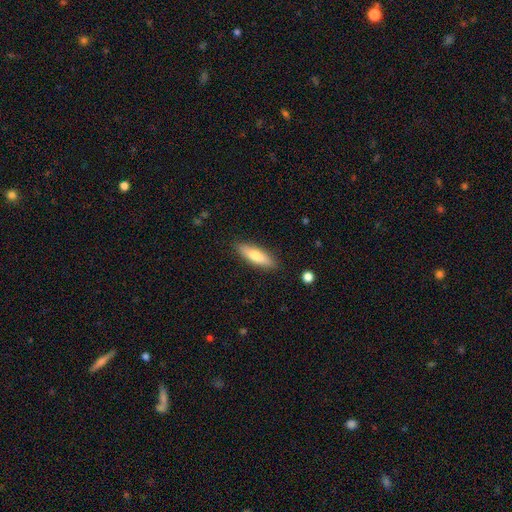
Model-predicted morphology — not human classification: This appears to be a smooth galaxy with no disk features (74%) that is cigar-shaped (55%). Merging: none (87%).